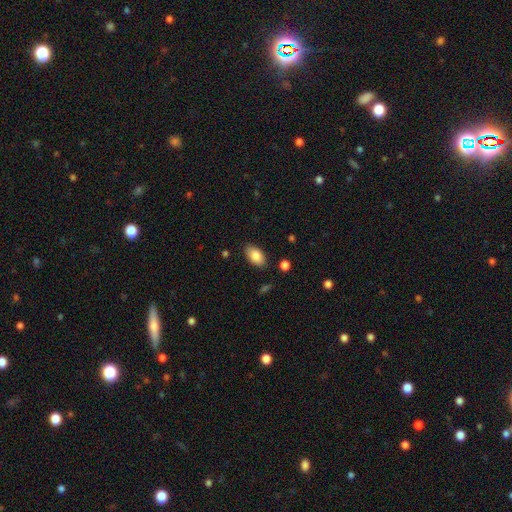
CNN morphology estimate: Overall: smooth (85%). How rounded: in between (93%). Merging: none (86%).